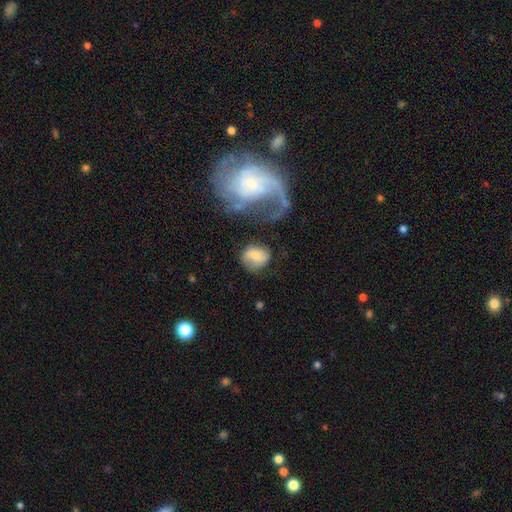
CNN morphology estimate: A smooth galaxy with no disk features (65%) that is round (62%).

Vote fractions:
- Smooth or featured? smooth: 65% / featured or disk: 27% / star or artifact: 8%
- How rounded? round: 62% / in between: 36% / cigar-shaped: 1%
- Merging? none: 59% / minor disturbance: 20% / major disturbance: 13% / merger: 8%